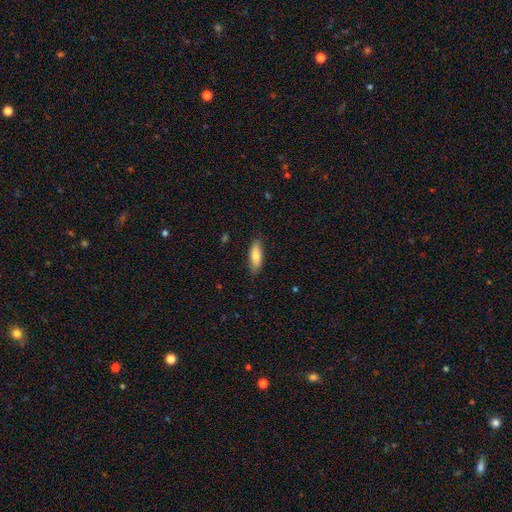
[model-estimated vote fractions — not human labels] Smooth or featured?
  - smooth: 76% *
  - featured or disk: 18%
  - star or artifact: 6%
How rounded?
  - in between: 61% *
  - cigar-shaped: 37%
  - round: 2%
Merging?
  - none: 82% *
  - minor disturbance: 15%
  - major disturbance: 2%
  - merger: 1%